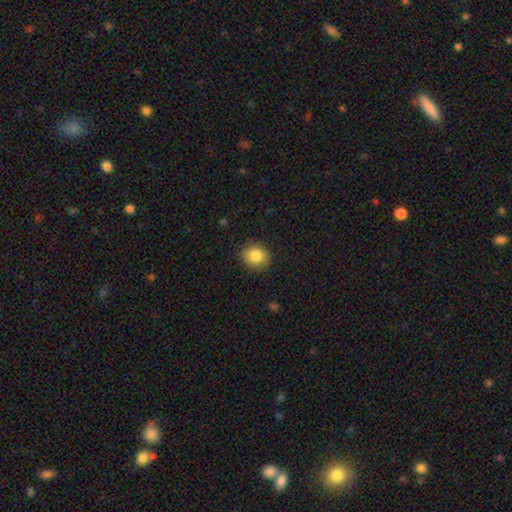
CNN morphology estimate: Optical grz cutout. It shows a smooth galaxy with no disk features (84%) that is round (79%). Merging: none (88%).